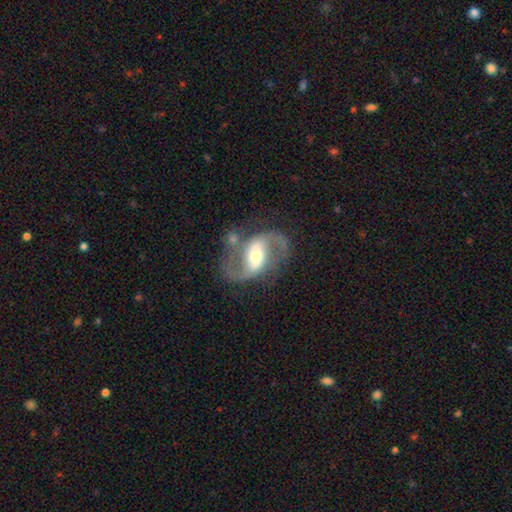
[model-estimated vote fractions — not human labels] Overall: featured or disk (90%). Edge-on disk: no (97%). Bar: strong (41%; weak 38%). Spiral arms: yes (97%). Spiral arm count: 2 (94%). Spiral winding: medium (53%; loose 36%). Bulge size: moderate (58%; small 31%). Merging: none (73%).